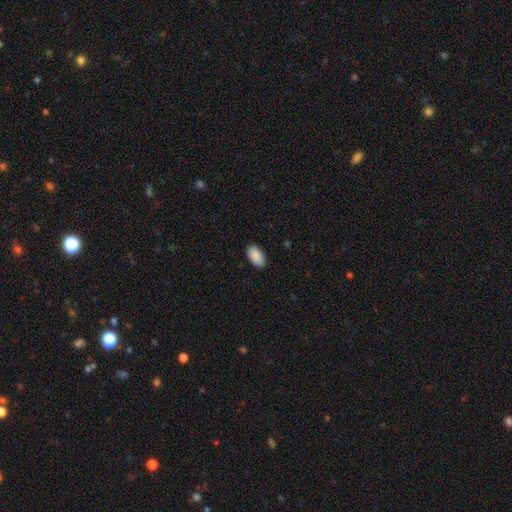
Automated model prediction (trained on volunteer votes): smooth-or-featured: smooth: 90% | star or artifact: 6% | featured or disk: 3%
  how-rounded: in between: 95% | round: 3% | cigar-shaped: 2%
  merging: none: 86% | minor disturbance: 11% | major disturbance: 2% | merger: 1%